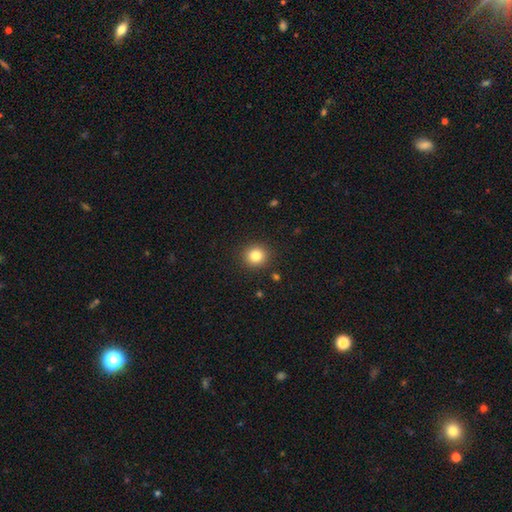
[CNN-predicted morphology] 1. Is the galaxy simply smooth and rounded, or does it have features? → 83% smooth, 11% star or artifact, 6% featured or disk.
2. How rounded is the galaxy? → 91% round, 8% in between, 1% cigar-shaped.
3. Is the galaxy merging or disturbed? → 91% none, 6% minor disturbance, 2% major disturbance, 1% merger.